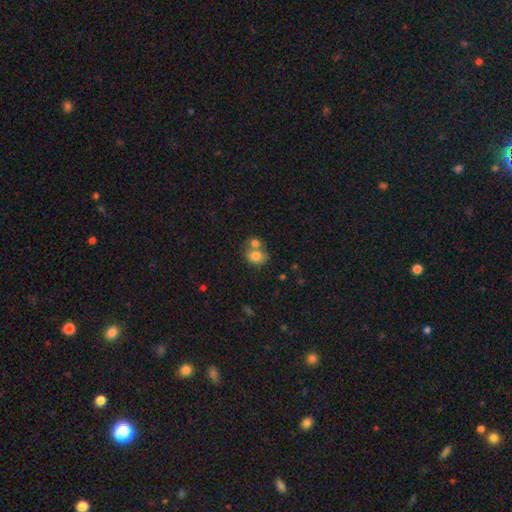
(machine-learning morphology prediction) Overall: smooth (78%). How rounded: round (51%; in between 48%). Merging: merger (52%; none 35%).